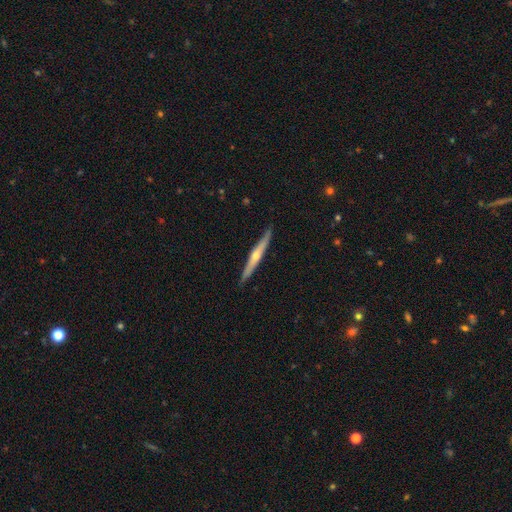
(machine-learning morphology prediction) smooth-or-featured: featured or disk: 71% | smooth: 24% | star or artifact: 6%
  disk-edge-on: yes: 97% | no: 3%
    edge-on-bulge: rounded: 80% | none: 16% | boxy: 4%
  merging: none: 91% | minor disturbance: 7% | major disturbance: 1% | merger: 1%